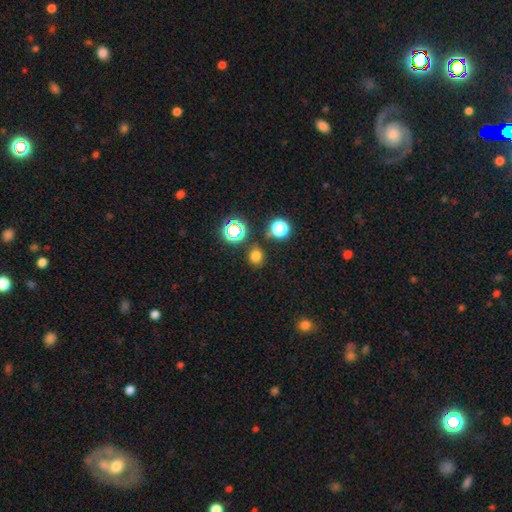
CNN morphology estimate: smooth-or-featured: smooth: 72% | star or artifact: 23% | featured or disk: 5%
  how-rounded: round: 77% | in between: 22% | cigar-shaped: 1%
  merging: none: 83% | minor disturbance: 9% | merger: 5% | major disturbance: 3%